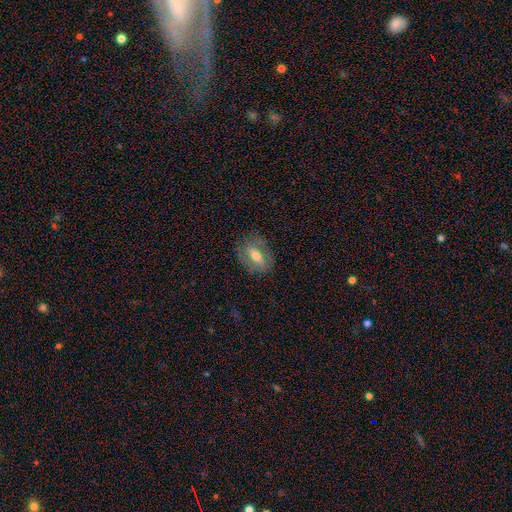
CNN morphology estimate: Q: Smooth or featured?
A: smooth (52%); runner-up: featured or disk (40%)
Q: How rounded?
A: in between (77%); runner-up: round (20%)
Q: Merging?
A: none (78%); runner-up: minor disturbance (15%)